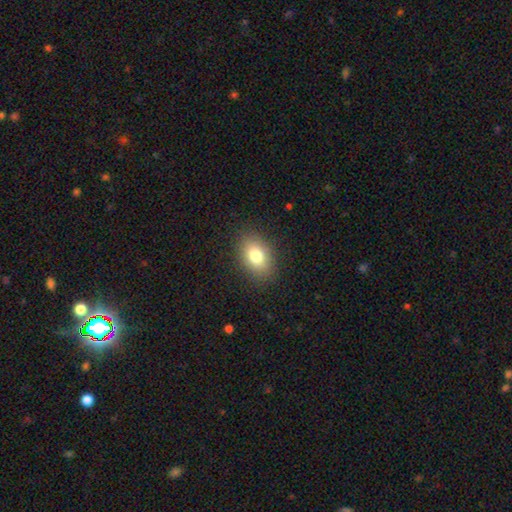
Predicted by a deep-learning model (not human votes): smooth-or-featured: smooth: 79% | featured or disk: 11% | star or artifact: 10%
  how-rounded: in between: 80% | round: 18% | cigar-shaped: 1%
  merging: none: 87% | minor disturbance: 9% | major disturbance: 3% | merger: 1%